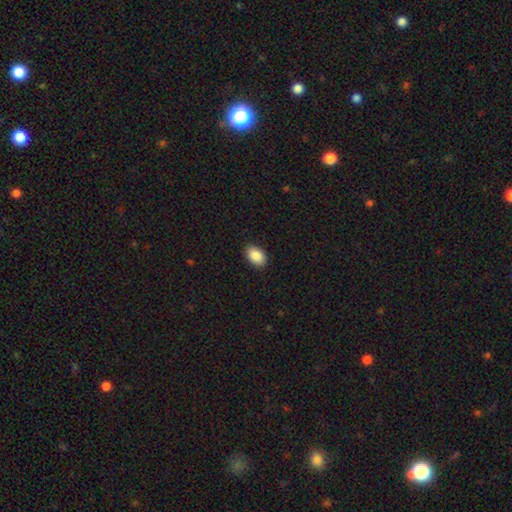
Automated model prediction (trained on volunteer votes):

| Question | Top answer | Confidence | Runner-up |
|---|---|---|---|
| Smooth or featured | smooth | 89% | star or artifact (7%) |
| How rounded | in between | 88% | round (10%) |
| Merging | none | 89% | minor disturbance (8%) |